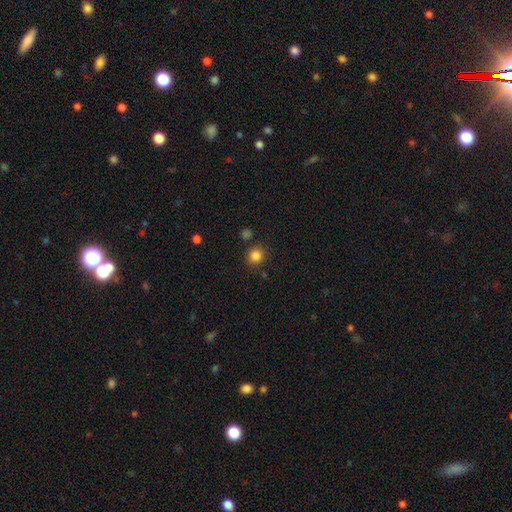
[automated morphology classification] This appears to be a smooth galaxy with no disk features (84%) that is round (90%). Merging: none (84%).